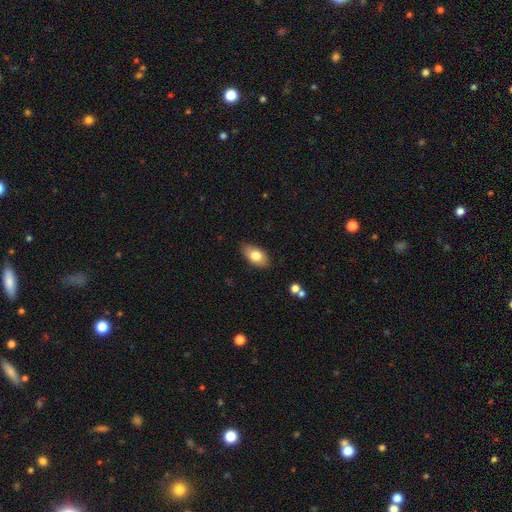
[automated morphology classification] This is likely a smooth galaxy (78%). How rounded: clearly in between (92%). Merging: clearly none (85%).